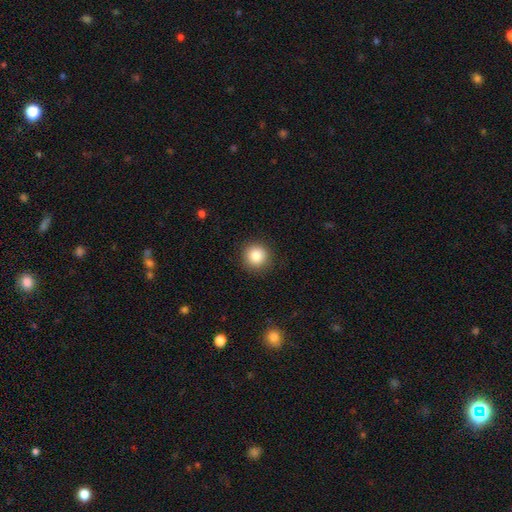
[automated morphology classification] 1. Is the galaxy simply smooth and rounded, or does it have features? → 84% smooth, 10% star or artifact, 6% featured or disk.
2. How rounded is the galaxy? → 93% round, 6% in between, 1% cigar-shaped.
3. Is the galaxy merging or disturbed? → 90% none, 7% minor disturbance, 2% major disturbance, 1% merger.